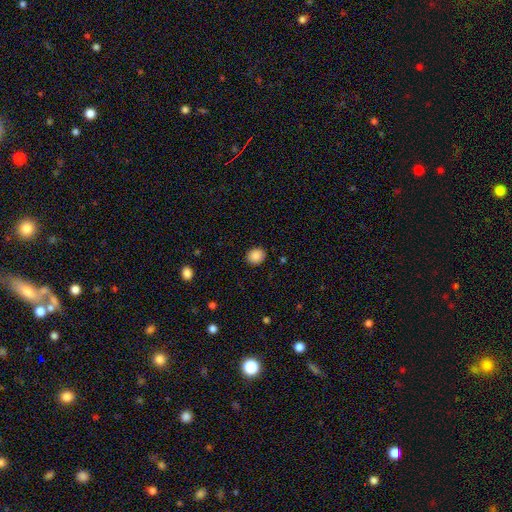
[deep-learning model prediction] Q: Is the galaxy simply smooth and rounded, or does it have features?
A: smooth — 88%.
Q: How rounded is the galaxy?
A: round — 68%.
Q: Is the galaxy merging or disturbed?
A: none — 90%.